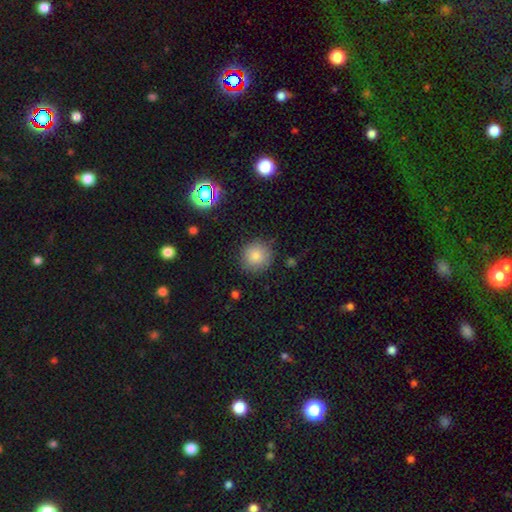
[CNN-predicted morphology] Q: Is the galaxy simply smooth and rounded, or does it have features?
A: smooth — 82%.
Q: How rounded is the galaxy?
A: round — 93%.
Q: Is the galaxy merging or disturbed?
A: none — 86%.